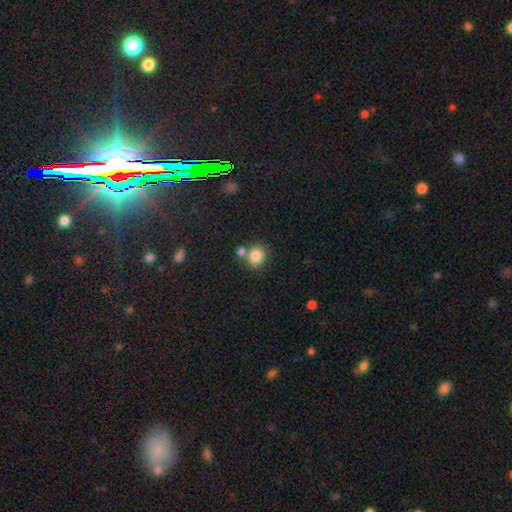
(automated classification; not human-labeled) Overall: smooth (82%). How rounded: round (84%). Merging: none (61%; merger 25%).